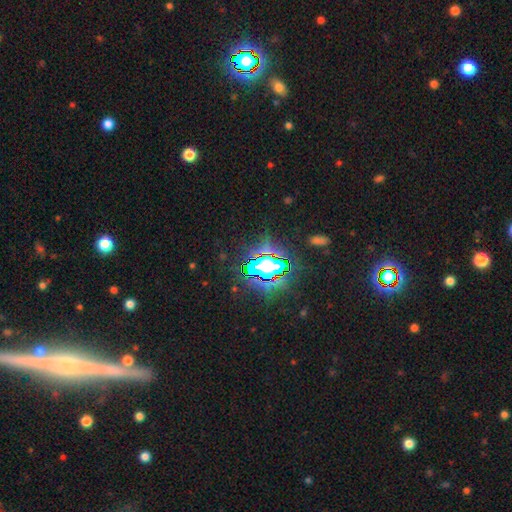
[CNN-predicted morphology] A star or artifact, not a galaxy (78%).

Vote fractions:
- Smooth or featured? star or artifact: 78% / smooth: 12% / featured or disk: 10%